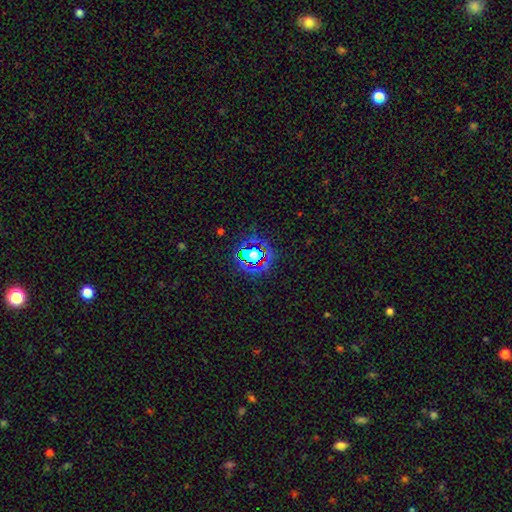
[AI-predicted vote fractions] This is likely a star or artifact rather than a galaxy (61%).